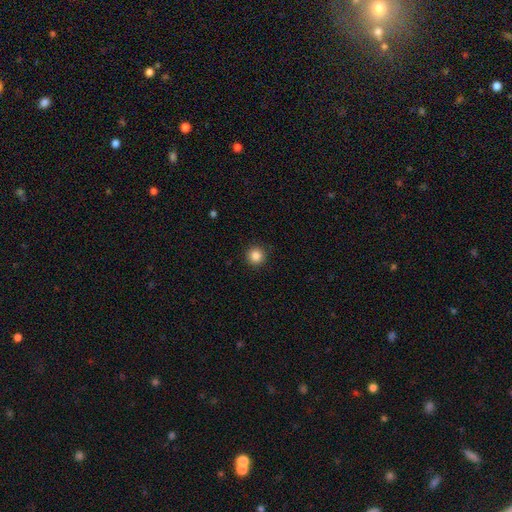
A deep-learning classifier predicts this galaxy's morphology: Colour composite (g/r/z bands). It shows a smooth galaxy with no disk features (85%) that is round (96%). Merging: none (92%).